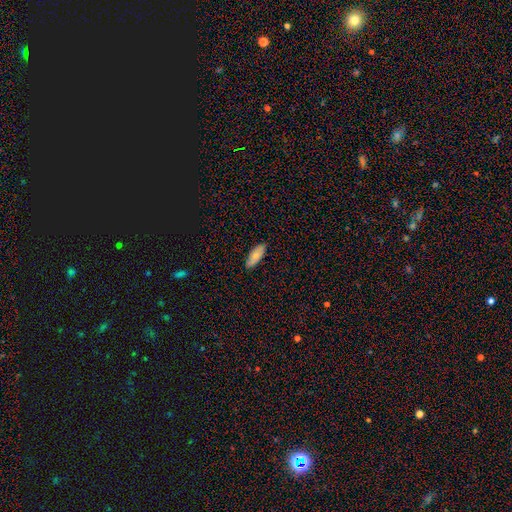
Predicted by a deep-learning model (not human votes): This appears to be a smooth galaxy with no disk features (70%) that is in between round and cigar-shaped (80%). Merging: none (86%).